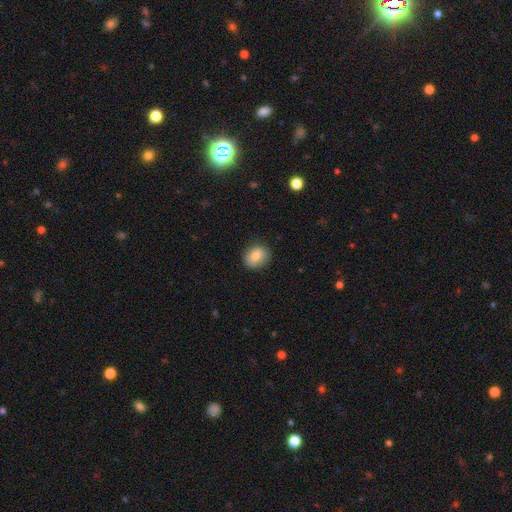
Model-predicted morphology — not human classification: smooth 82%, featured or disk 10%, star or artifact 8%. Down the decision tree: how rounded — round (51%); merging — none (84%).